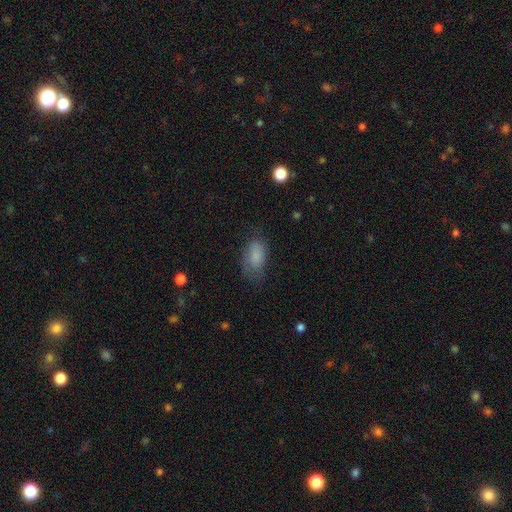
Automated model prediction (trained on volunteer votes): The model was most divided on "merging": none: 59%, minor disturbance: 27%, major disturbance: 12%, merger: 2%. More confident: how rounded — in between (92%); smooth or featured — smooth (79%).